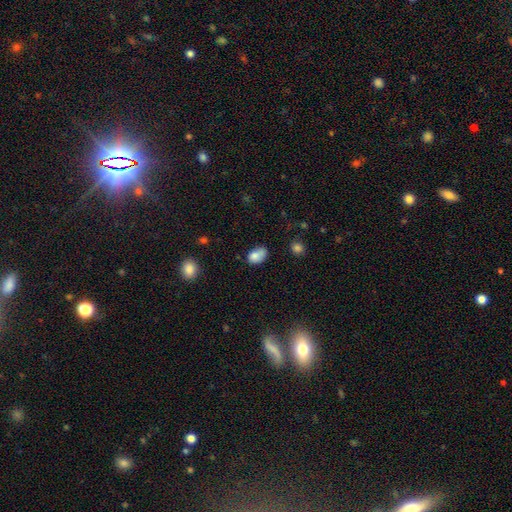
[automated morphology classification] smooth_or_featured: smooth (p=0.78) [alt: featured or disk p=0.12]
how_rounded: in between (p=0.79) [alt: round p=0.19]
merging: none (p=0.44) [alt: minor disturbance p=0.32]